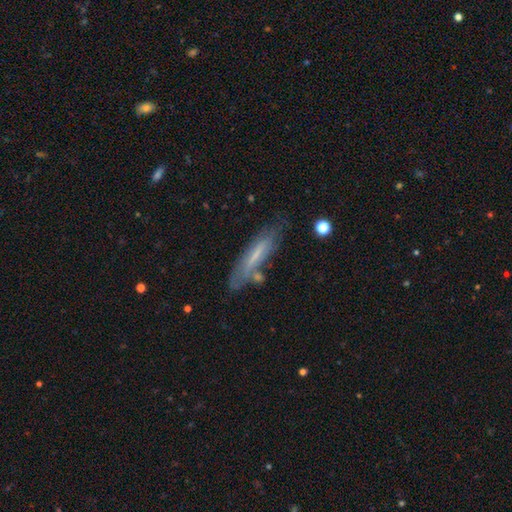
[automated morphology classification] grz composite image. It shows a smooth galaxy with no disk features (48%). Merging: none (68%).